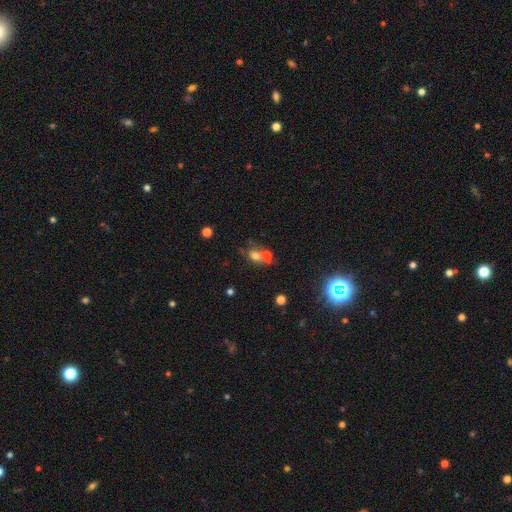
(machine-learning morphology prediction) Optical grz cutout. It shows a smooth galaxy with no disk features (63%) that is round (57%). Merging: merger (52%).